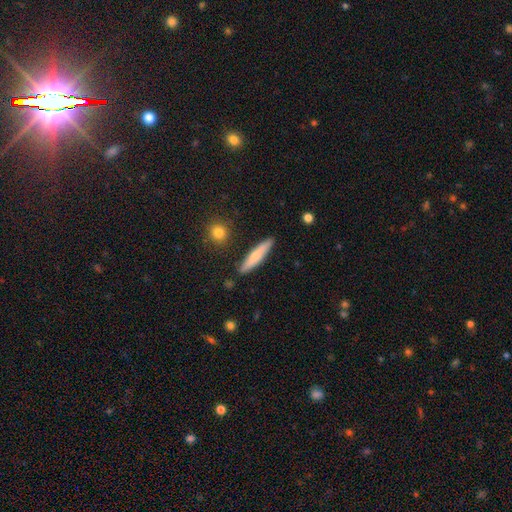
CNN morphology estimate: Q: Smooth or featured?
A: smooth (68%); runner-up: featured or disk (26%)
Q: How rounded?
A: cigar-shaped (86%); runner-up: in between (12%)
Q: Merging?
A: none (87%); runner-up: minor disturbance (9%)